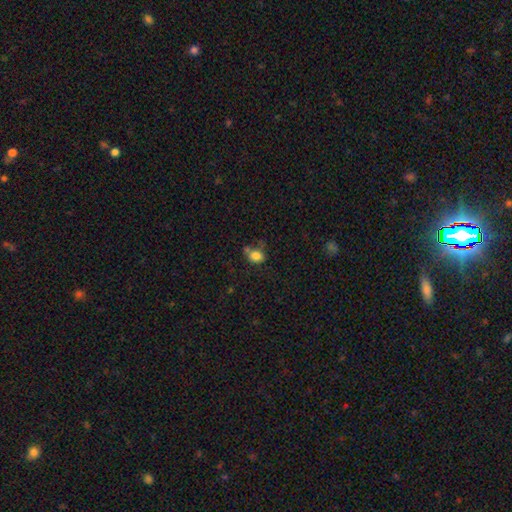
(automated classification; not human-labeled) Smooth or featured: smooth — 81% (star or artifact — 11%)
How rounded: in between — 63% (round — 36%)
Merging: none — 49% (minor disturbance — 25%)